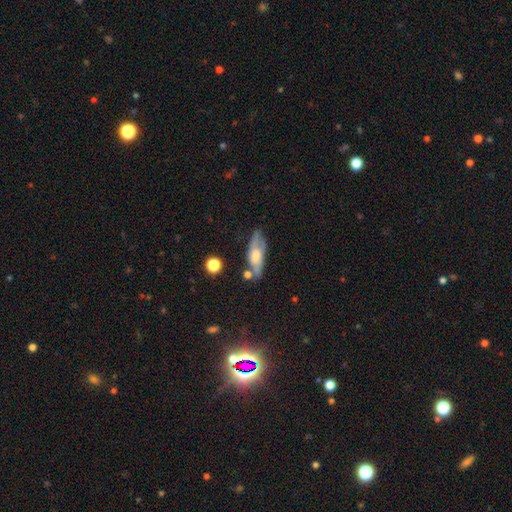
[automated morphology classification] A smooth galaxy with no disk features (47%). Merging: none (56%).